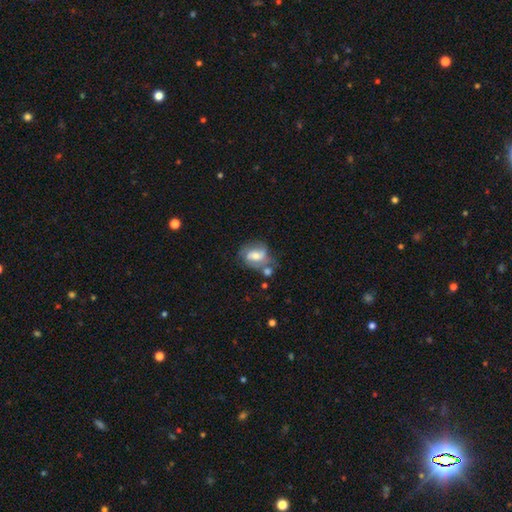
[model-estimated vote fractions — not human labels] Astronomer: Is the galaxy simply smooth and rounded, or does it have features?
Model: featured or disk — 49% (runner-up: smooth, 43%).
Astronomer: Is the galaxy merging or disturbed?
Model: none — 40% (runner-up: merger, 24%).